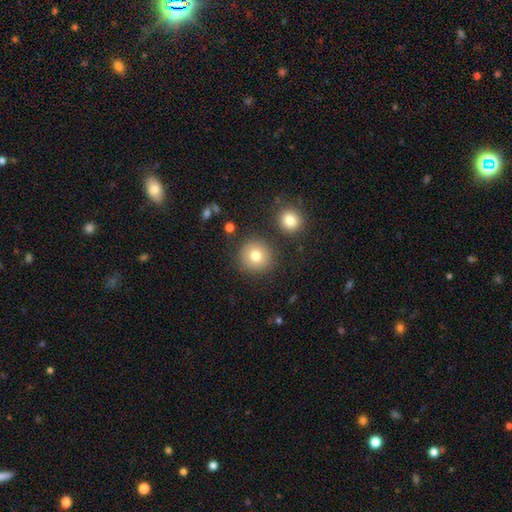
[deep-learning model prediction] The model was most divided on "smooth or featured": smooth: 79%, star or artifact: 10%, featured or disk: 10%. More confident: how rounded — round (94%); merging — none (85%).